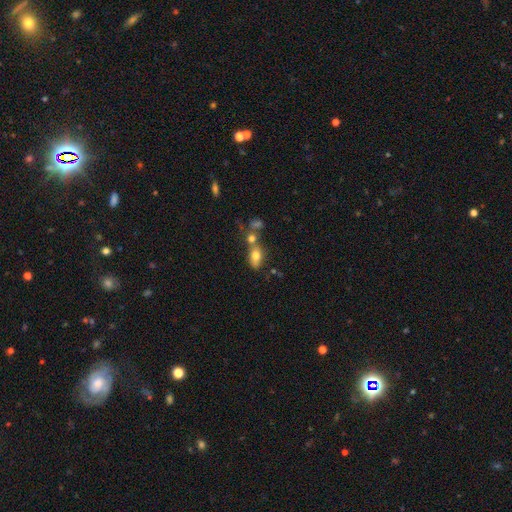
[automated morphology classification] A smooth galaxy with no disk features (75%) that is in between round and cigar-shaped (81%).

Vote fractions:
- Smooth or featured? smooth: 75% / featured or disk: 15% / star or artifact: 10%
- How rounded? in between: 81% / round: 13% / cigar-shaped: 6%
- Merging? none: 43% / merger: 37% / minor disturbance: 14% / major disturbance: 7%